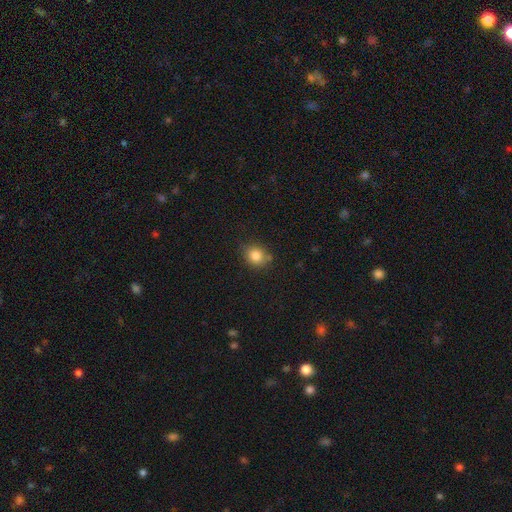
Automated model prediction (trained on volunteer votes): Smooth or featured?
  - smooth: 83% *
  - star or artifact: 11%
  - featured or disk: 7%
How rounded?
  - round: 73% *
  - in between: 26%
  - cigar-shaped: 1%
Merging?
  - none: 75% *
  - minor disturbance: 16%
  - merger: 6%
  - major disturbance: 3%